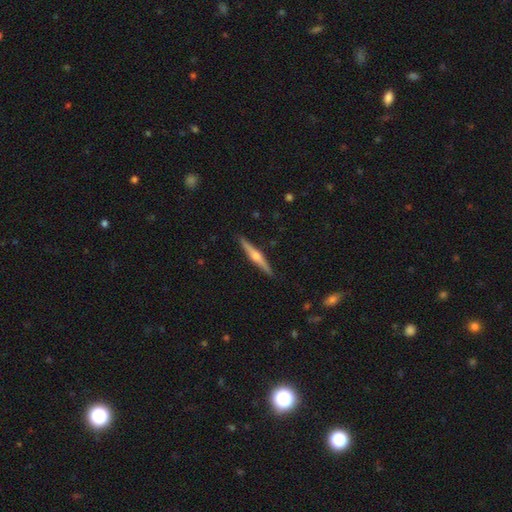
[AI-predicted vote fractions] smooth-or-featured: featured or disk: 72% | smooth: 23% | star or artifact: 5%
  disk-edge-on: yes: 98% | no: 2%
    edge-on-bulge: rounded: 91% | boxy: 5% | none: 4%
  merging: none: 91% | minor disturbance: 6% | major disturbance: 1% | merger: 1%